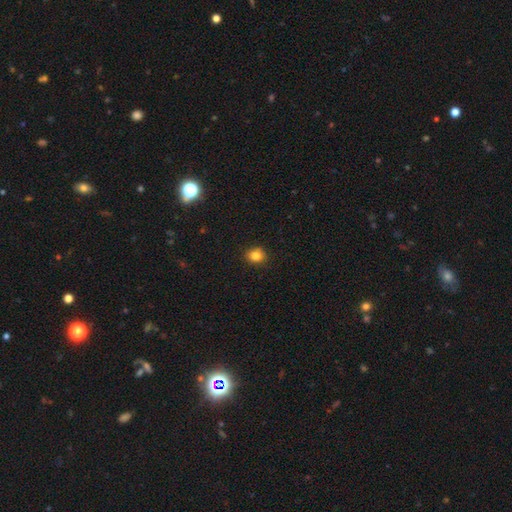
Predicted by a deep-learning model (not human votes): The model was most divided on "how rounded": round: 71%, in between: 28%, cigar-shaped: 1%. More confident: merging — none (88%); smooth or featured — smooth (83%).